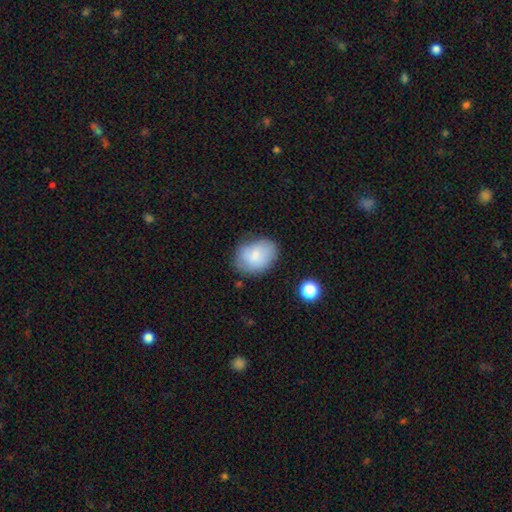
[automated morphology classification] smooth 78%, featured or disk 14%, star or artifact 8%. Down the decision tree: how rounded — in between (71%); merging — none (68%).